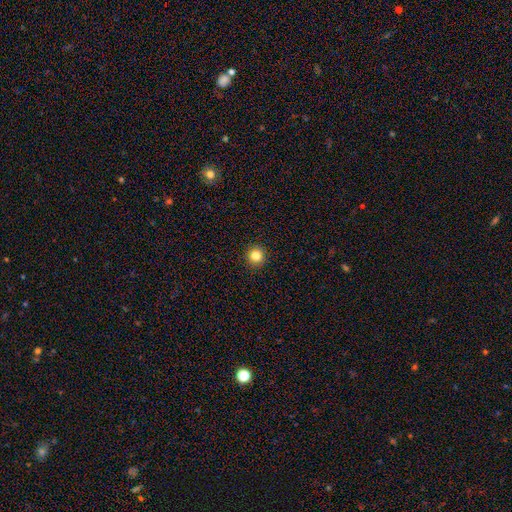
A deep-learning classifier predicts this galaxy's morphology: smooth 84%, star or artifact 12%, featured or disk 5%. Down the decision tree: how rounded — round (94%); merging — none (93%).